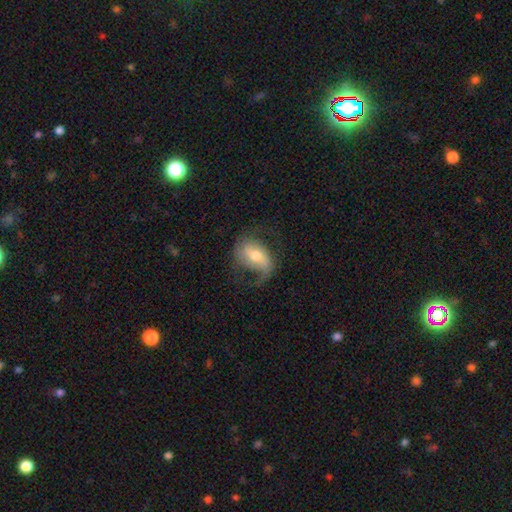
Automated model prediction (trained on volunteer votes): Smooth or featured? featured or disk (69%)
Edge-on disk? no (96%)
Bar? weak (41%)
Spiral arms? yes (88%)
Spiral winding? loose (55%)
Spiral arm count? 2 (76%)
Bulge size? moderate (67%)
Merging? none (59%)